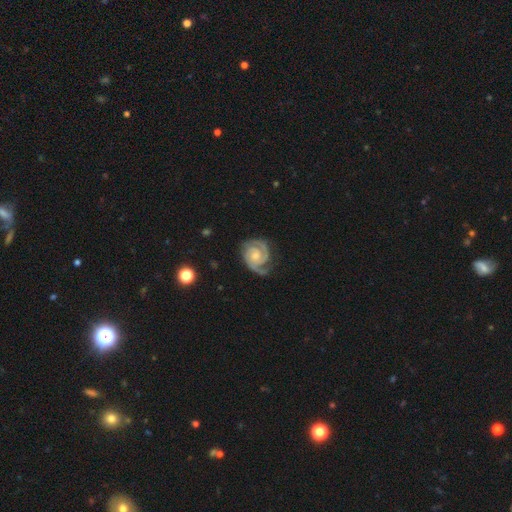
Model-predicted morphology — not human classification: Smooth or featured: featured or disk — 91% (smooth — 5%)
Edge-on disk: no — 98% (yes — 2%)
Bar: no — 68% (weak — 26%)
Spiral arms: yes — 98% (no — 2%)
Spiral winding: tight — 66% (medium — 30%)
Spiral arm count: 2 — 77% (3 — 13%)
Bulge size: small — 52% (moderate — 37%)
Merging: none — 72% (minor disturbance — 20%)